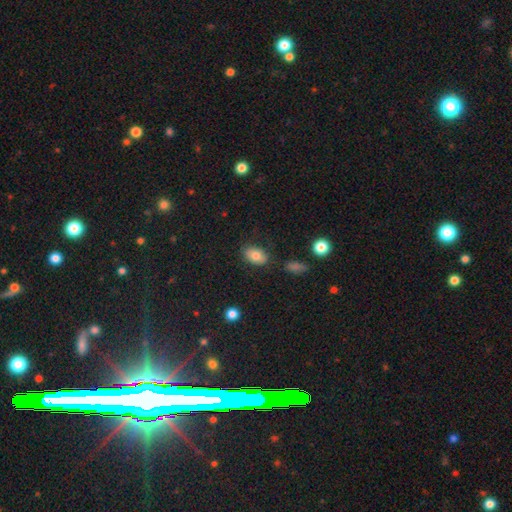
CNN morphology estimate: Smooth or featured: smooth — 79% (featured or disk — 13%)
How rounded: in between — 87% (round — 12%)
Merging: none — 80% (minor disturbance — 14%)